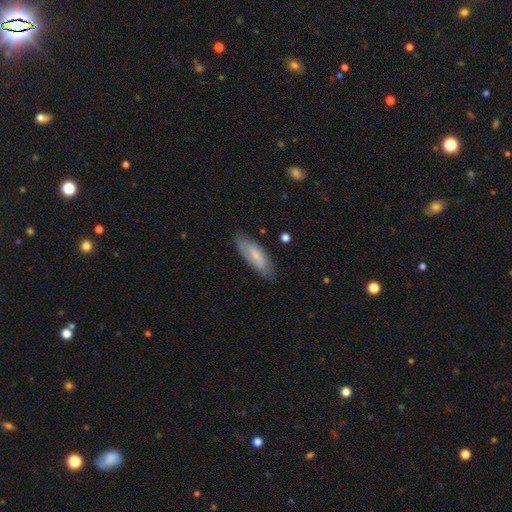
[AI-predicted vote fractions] Overall: smooth (60%; featured or disk 34%). How rounded: in between (62%; cigar-shaped 36%). Merging: none (79%).